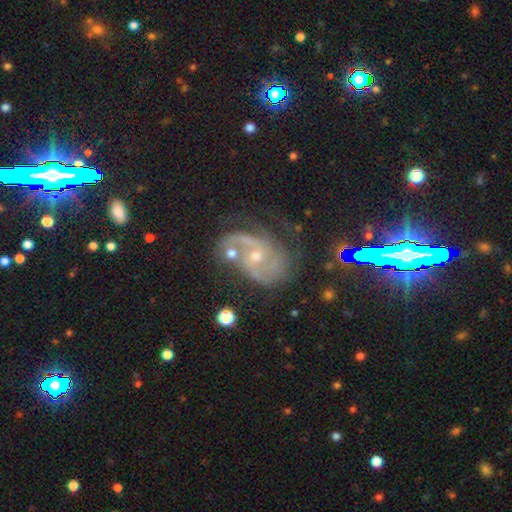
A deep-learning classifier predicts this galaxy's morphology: A featured or disk galaxy (82%) with no bar (56%), 2 (70%) medium (52%) spiral arms (94%) and a moderate central bulge (50%). Merging: none (50%).